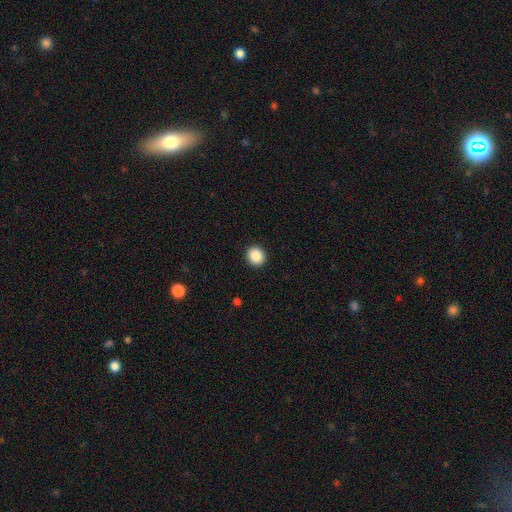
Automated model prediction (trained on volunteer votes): smooth-or-featured: smooth: 88% | star or artifact: 9% | featured or disk: 3%
  how-rounded: round: 78% | in between: 21% | cigar-shaped: 1%
  merging: none: 92% | minor disturbance: 5% | major disturbance: 2% | merger: 1%